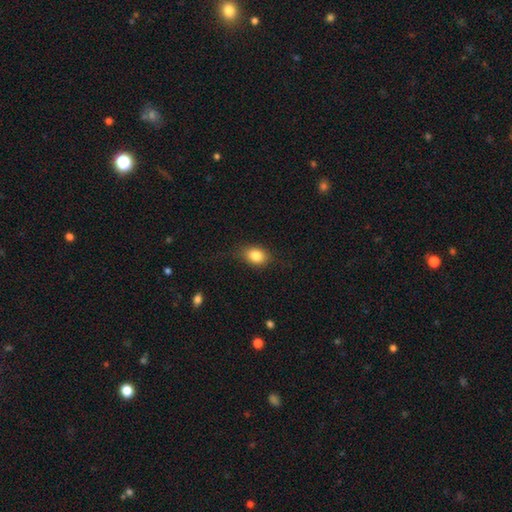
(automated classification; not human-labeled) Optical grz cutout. It shows a smooth galaxy with no disk features (82%) that is in between round and cigar-shaped (68%). Merging: none (74%).